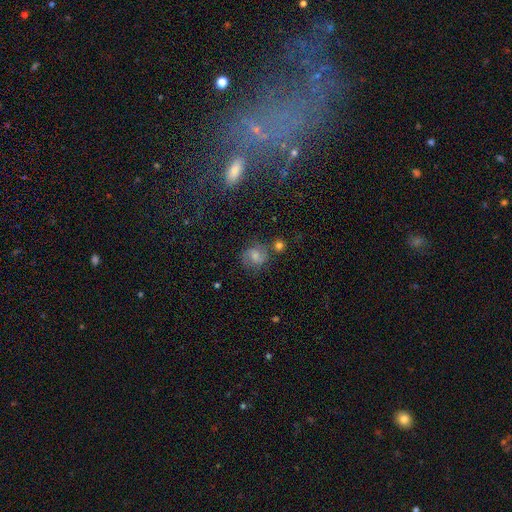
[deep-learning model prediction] This appears to be a featured or disk galaxy (45%). Merging: none (68%).